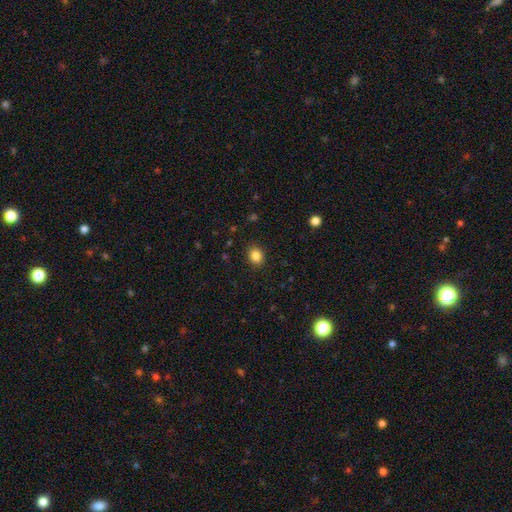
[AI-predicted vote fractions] Morphology: type=smooth (85%); roundness=round (57%); merging=none (89%).